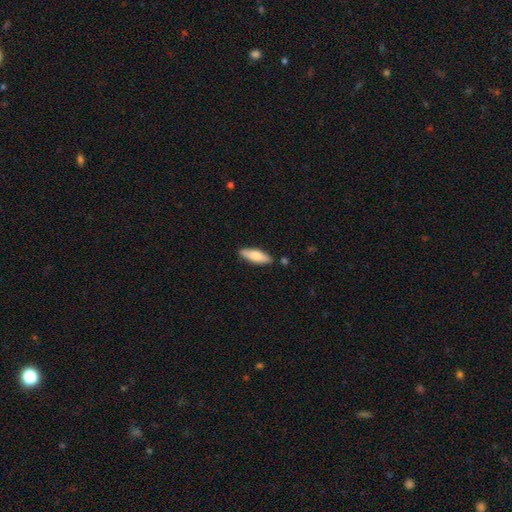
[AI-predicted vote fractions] Smooth or featured? Predicted: smooth (p=0.74). How rounded? Predicted: in between (p=0.51). Merging? Predicted: none (p=0.86).